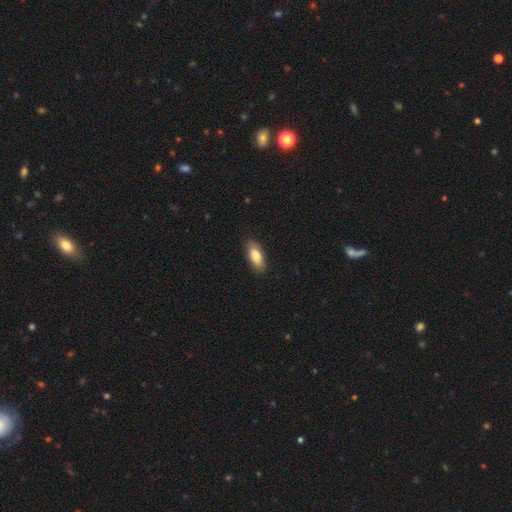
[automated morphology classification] Smooth or featured? smooth (83%)
How rounded? in between (81%)
Merging? none (86%)